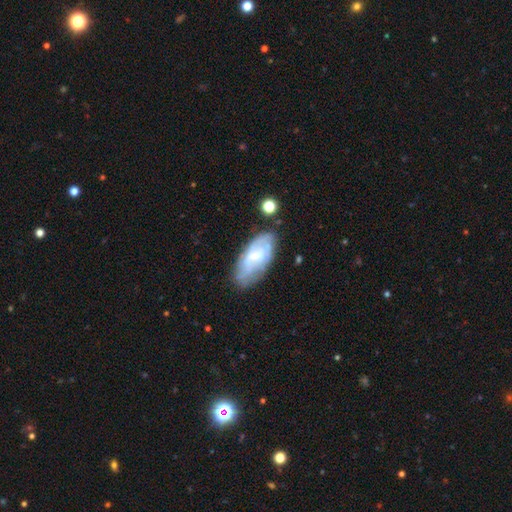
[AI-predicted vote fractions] This appears to be a featured or disk galaxy (60%) with a weak bar (47%), spiral arms (70%) and a small central bulge (50%). Merging: none (63%).